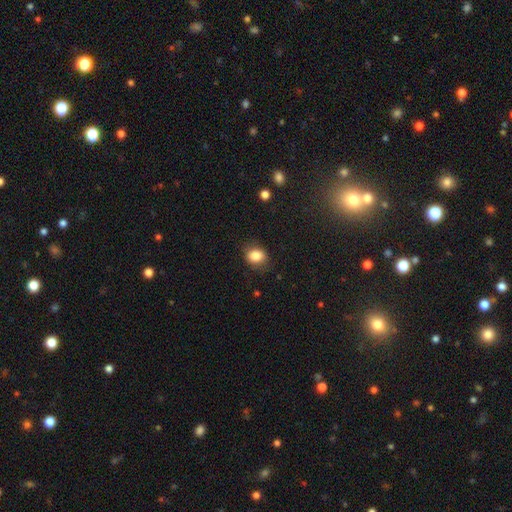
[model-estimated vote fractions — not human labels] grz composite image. It shows a smooth galaxy with no disk features (85%) that is in between round and cigar-shaped (51%). Merging: none (77%).